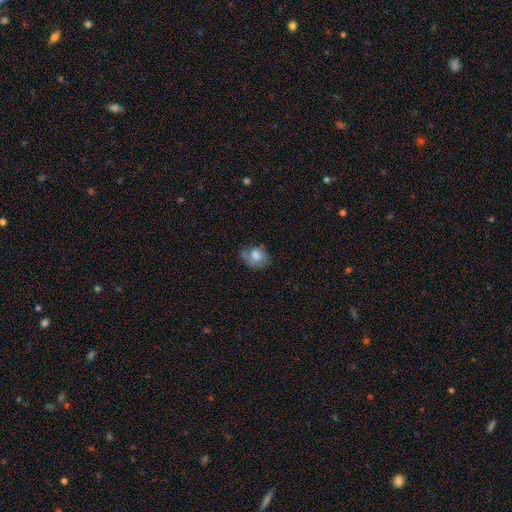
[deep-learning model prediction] Smooth or featured? smooth (72%)
How rounded? round (54%)
Merging? none (49%)